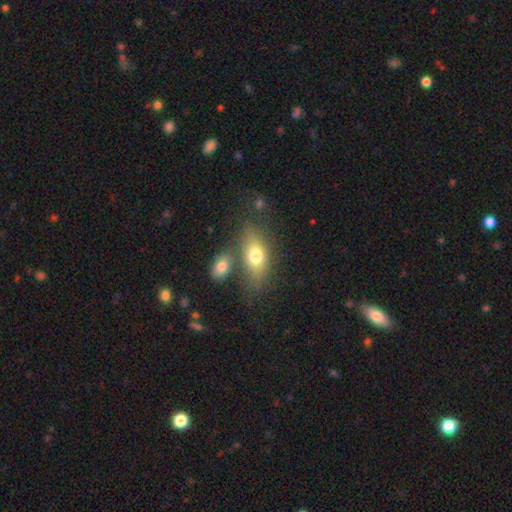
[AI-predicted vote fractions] This is likely a smooth galaxy (72%). How rounded: clearly in between (82%). Merging: possibly none (55%).